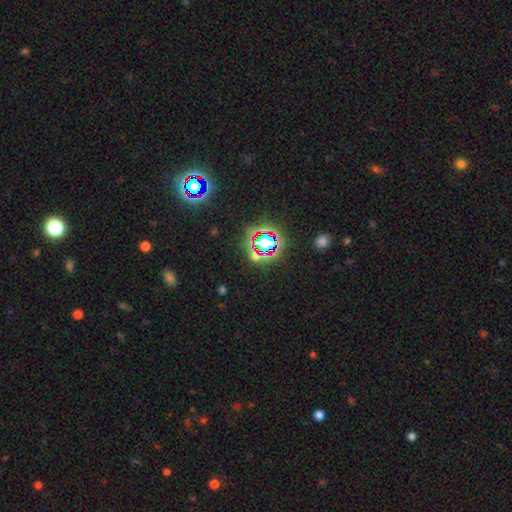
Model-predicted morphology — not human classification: A star or artifact, not a galaxy (76%).